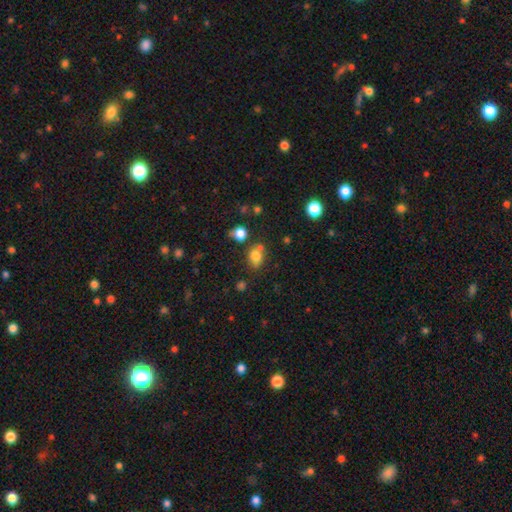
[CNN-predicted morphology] type=smooth (78%); roundness=in between (54%); merging=none (57%).